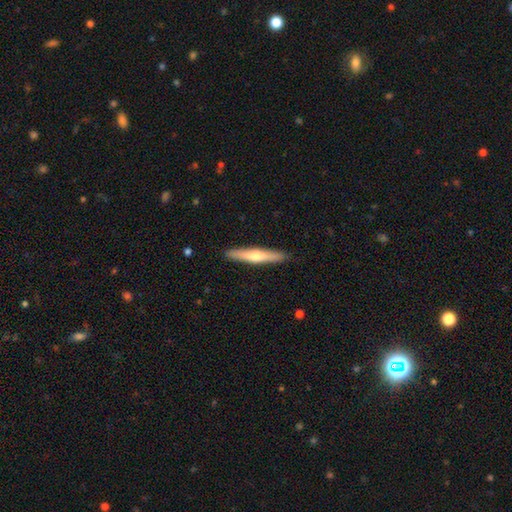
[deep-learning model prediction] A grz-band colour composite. It shows a featured or disk galaxy (48%). Merging: none (91%).